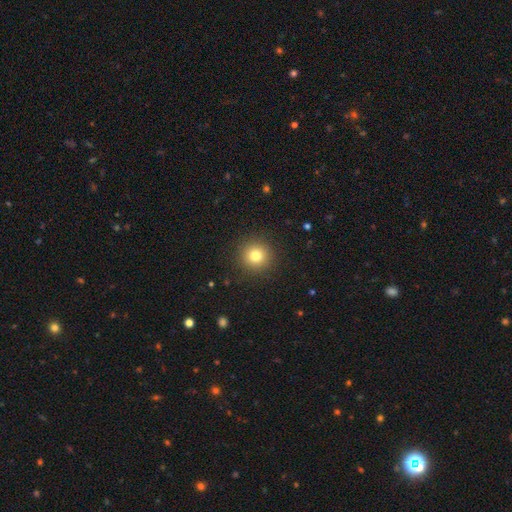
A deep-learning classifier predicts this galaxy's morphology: smooth-or-featured: smooth: 80% | star or artifact: 13% | featured or disk: 8%
  how-rounded: round: 94% | in between: 5% | cigar-shaped: 1%
  merging: none: 91% | minor disturbance: 6% | major disturbance: 2% | merger: 1%